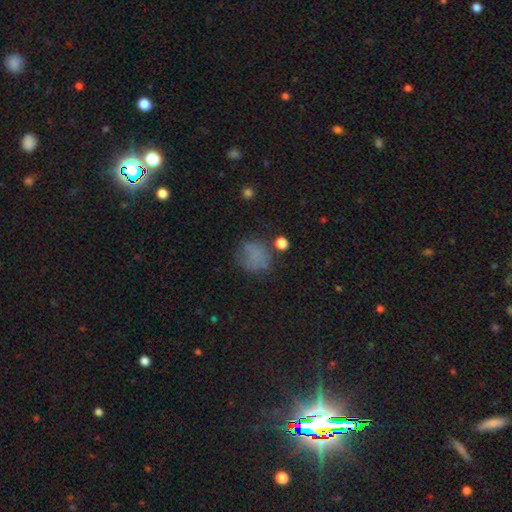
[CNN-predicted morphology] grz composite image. It shows a smooth galaxy with no disk features (66%) that is round (72%). Merging: none (57%).